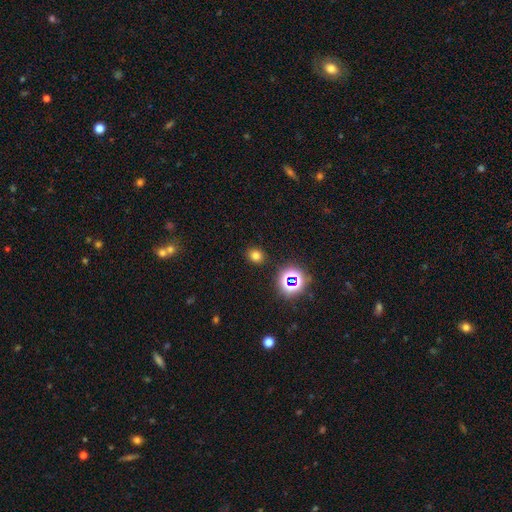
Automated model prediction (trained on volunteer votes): Morphology: type=smooth (73%); roundness=round (71%); merging=none (88%).